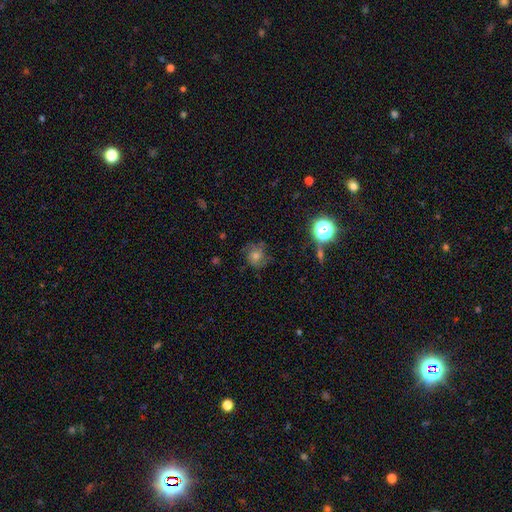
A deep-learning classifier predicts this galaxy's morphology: Smooth or featured? Predicted: featured or disk (p=0.39). Merging? Predicted: none (p=0.71).